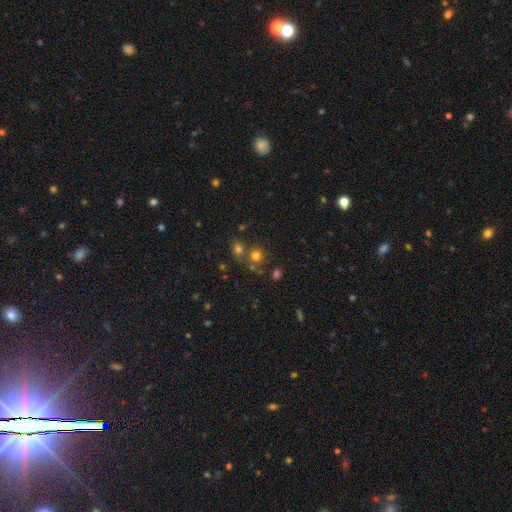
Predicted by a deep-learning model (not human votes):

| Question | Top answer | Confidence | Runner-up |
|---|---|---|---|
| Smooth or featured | smooth | 71% | star or artifact (20%) |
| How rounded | round | 81% | in between (18%) |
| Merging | none | 60% | merger (27%) |